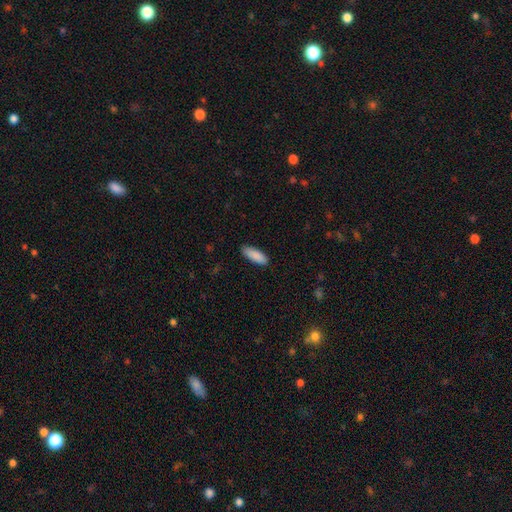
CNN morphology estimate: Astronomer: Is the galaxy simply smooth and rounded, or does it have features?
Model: smooth — 90%.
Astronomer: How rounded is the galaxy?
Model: in between — 63%.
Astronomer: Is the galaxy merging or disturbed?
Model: none — 87%.